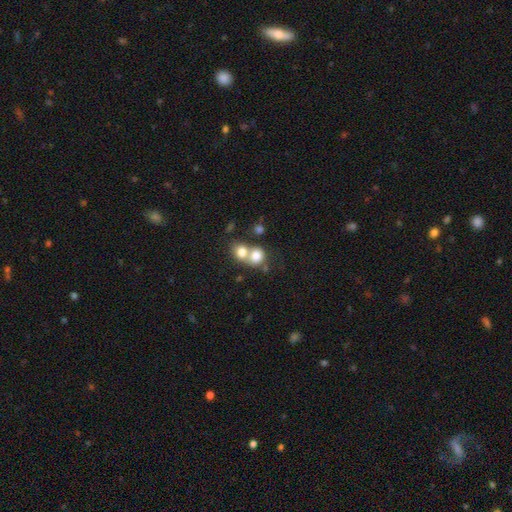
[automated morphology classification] Overall: smooth (76%). How rounded: round (67%; in between 32%). Merging: merger (66%).